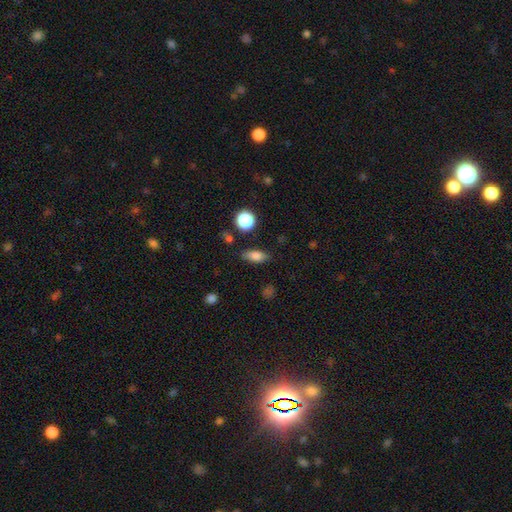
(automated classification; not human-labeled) smooth_or_featured: smooth (p=0.80) [alt: star or artifact p=0.11]
how_rounded: in between (p=0.75) [alt: cigar-shaped p=0.16]
merging: none (p=0.82) [alt: minor disturbance p=0.12]